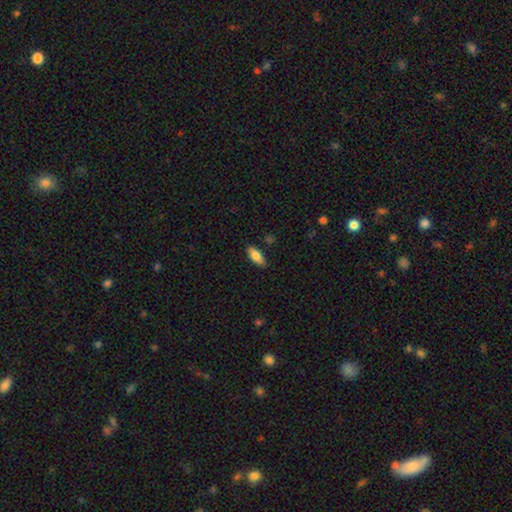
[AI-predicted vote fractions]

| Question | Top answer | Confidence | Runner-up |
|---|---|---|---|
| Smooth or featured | smooth | 76% | featured or disk (17%) |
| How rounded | in between | 76% | cigar-shaped (22%) |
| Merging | none | 83% | minor disturbance (13%) |